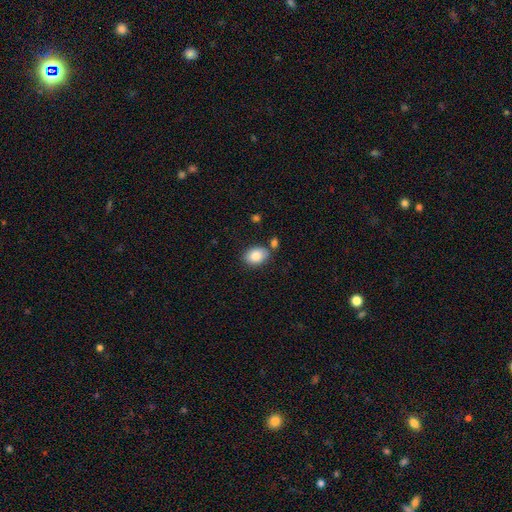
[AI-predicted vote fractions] Smooth or featured: smooth — 84% (featured or disk — 9%)
How rounded: in between — 74% (round — 25%)
Merging: none — 72% (minor disturbance — 14%)